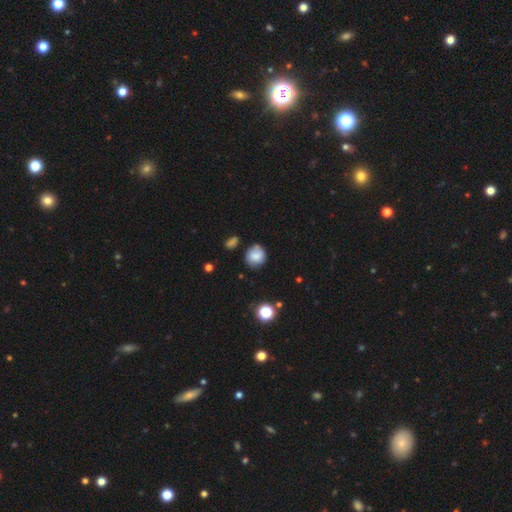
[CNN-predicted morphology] This appears to be a smooth galaxy with no disk features (76%) that is round (81%). Merging: none (69%).